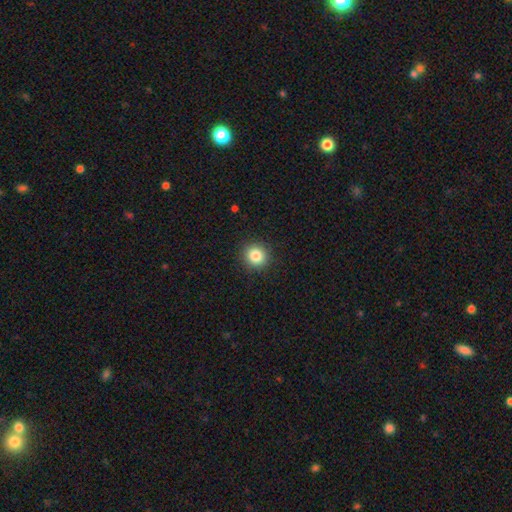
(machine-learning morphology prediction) Smooth or featured: smooth — 84% (star or artifact — 10%)
How rounded: round — 91% (in between — 9%)
Merging: none — 92% (minor disturbance — 6%)